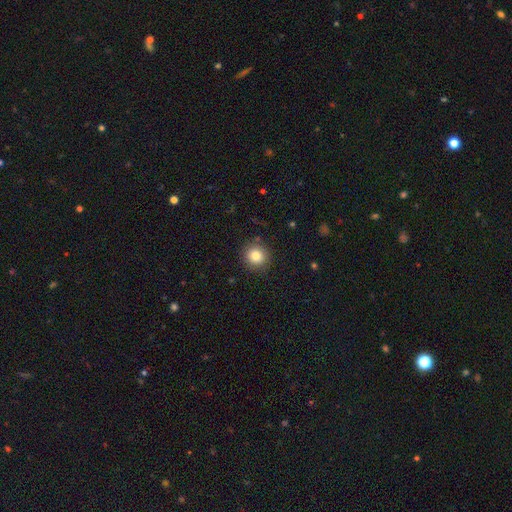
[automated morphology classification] This appears to be a smooth galaxy with no disk features (81%) that is round (93%). Merging: none (89%).